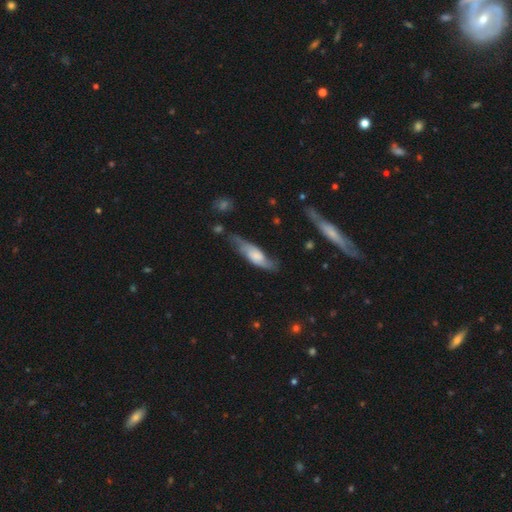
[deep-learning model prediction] This appears to be a featured or disk galaxy (50%). Merging: none (52%).